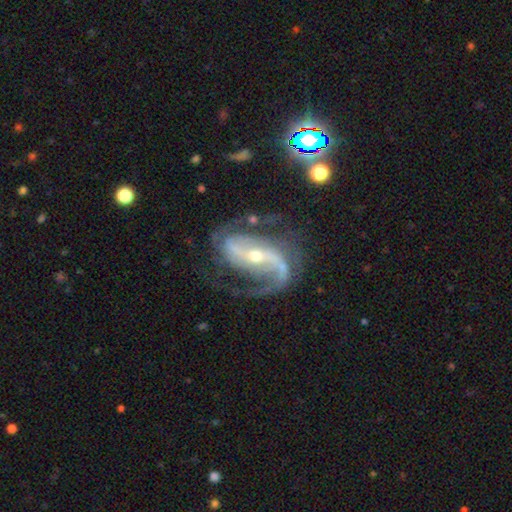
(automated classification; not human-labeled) Q: Smooth or featured?
A: featured or disk (90%); runner-up: star or artifact (6%)
Q: Edge-on disk?
A: no (96%); runner-up: yes (4%)
Q: Bar?
A: strong (48%); runner-up: weak (30%)
Q: Spiral arms?
A: yes (97%); runner-up: no (3%)
Q: Spiral winding?
A: medium (48%); runner-up: loose (37%)
Q: Spiral arm count?
A: 2 (82%); runner-up: 1 (6%)
Q: Bulge size?
A: small (59%); runner-up: moderate (37%)
Q: Merging?
A: none (63%); runner-up: minor disturbance (18%)